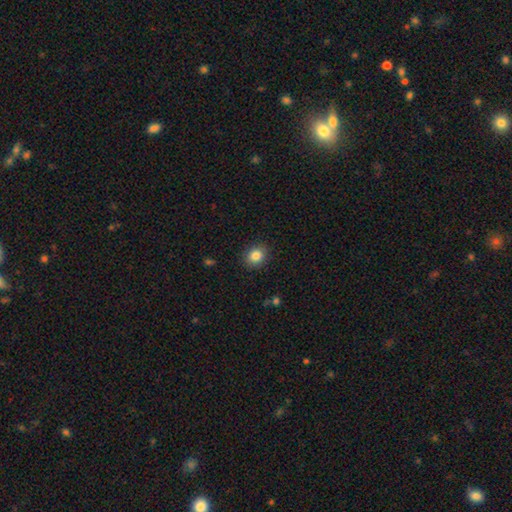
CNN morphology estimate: Q: Smooth or featured?
A: smooth (85%); runner-up: star or artifact (9%)
Q: How rounded?
A: round (64%); runner-up: in between (35%)
Q: Merging?
A: none (89%); runner-up: minor disturbance (8%)